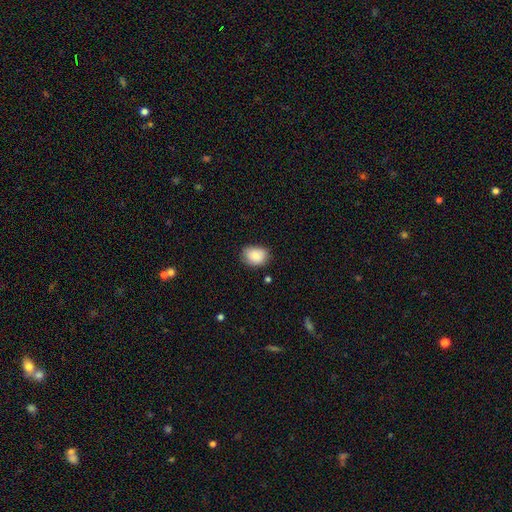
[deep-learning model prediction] A smooth galaxy with no disk features (85%) that is in between round and cigar-shaped (65%). Merging: none (73%).